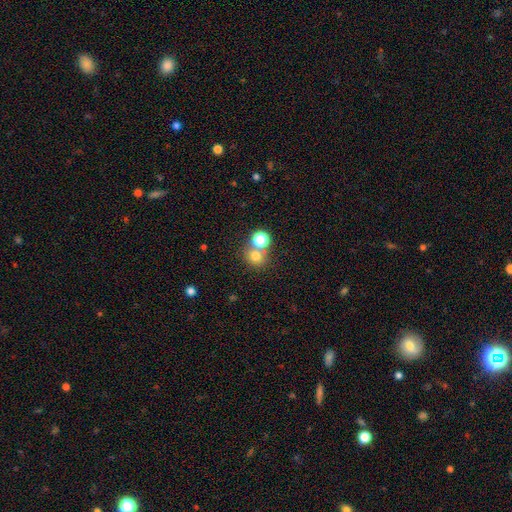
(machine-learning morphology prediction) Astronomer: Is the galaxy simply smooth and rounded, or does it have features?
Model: smooth — 74%.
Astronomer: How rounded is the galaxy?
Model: round — 84%.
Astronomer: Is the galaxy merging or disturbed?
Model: none — 59%.